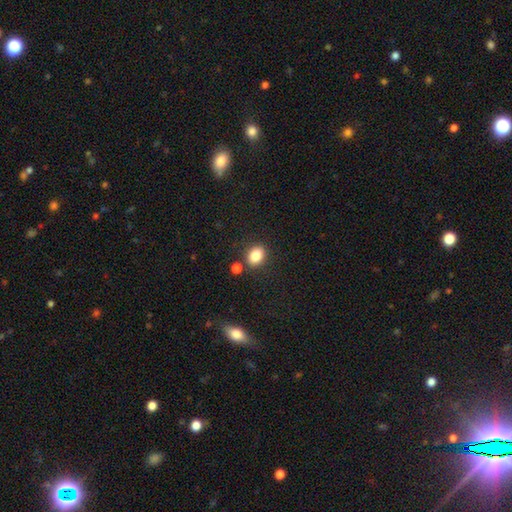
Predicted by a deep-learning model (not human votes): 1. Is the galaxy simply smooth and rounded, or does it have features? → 84% smooth, 10% star or artifact, 6% featured or disk.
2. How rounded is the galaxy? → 63% in between, 36% round, 1% cigar-shaped.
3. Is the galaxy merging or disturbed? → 79% none, 10% minor disturbance, 8% merger, 3% major disturbance.